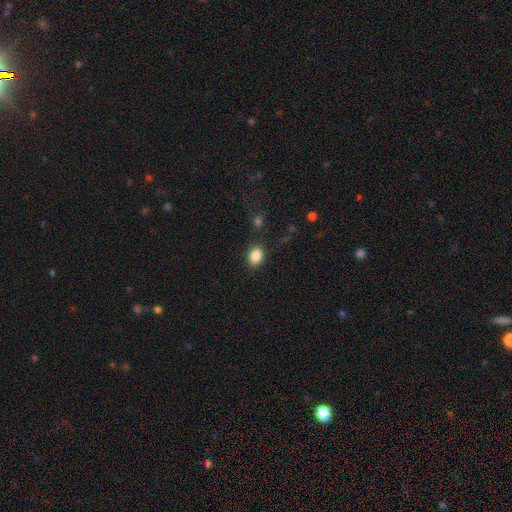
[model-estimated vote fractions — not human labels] smooth-or-featured: smooth: 86% | star or artifact: 9% | featured or disk: 5%
  how-rounded: in between: 70% | round: 29% | cigar-shaped: 1%
  merging: none: 85% | minor disturbance: 10% | major disturbance: 3% | merger: 3%